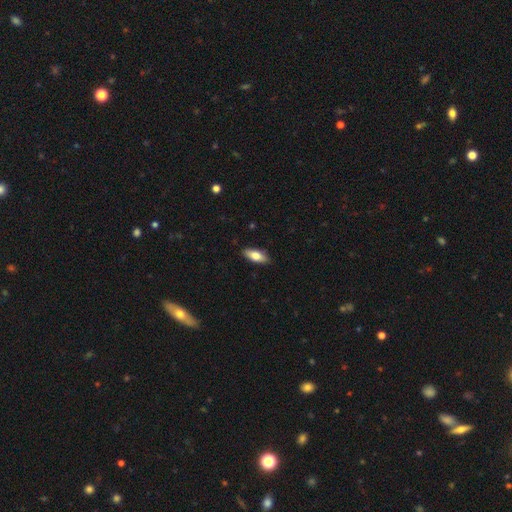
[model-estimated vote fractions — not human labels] Smooth or featured? smooth (75%)
How rounded? in between (75%)
Merging? none (88%)